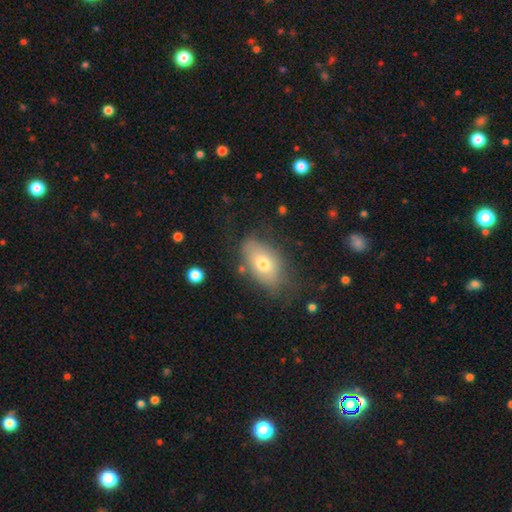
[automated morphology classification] Overall: smooth (68%). How rounded: in between (89%). Merging: none (69%).